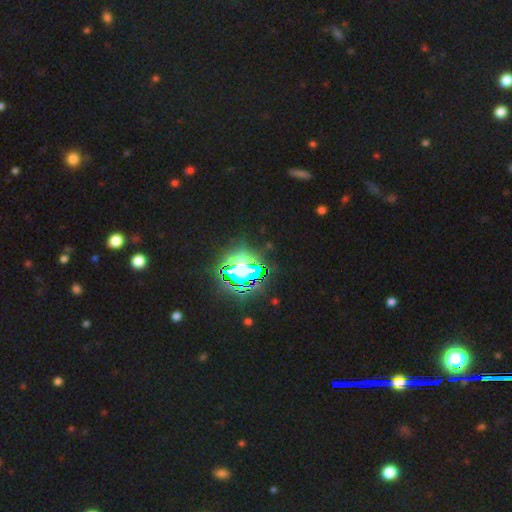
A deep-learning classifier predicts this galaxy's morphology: type=star or artifact (80%).